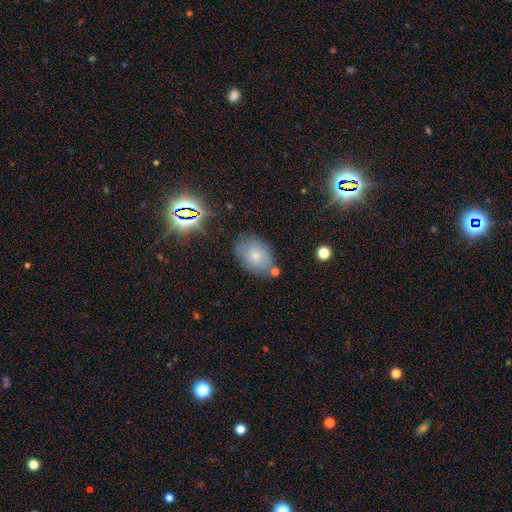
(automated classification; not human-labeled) smooth_or_featured: smooth (p=0.62) [alt: featured or disk p=0.25]
how_rounded: in between (p=0.79) [alt: round p=0.20]
merging: none (p=0.70) [alt: minor disturbance p=0.19]